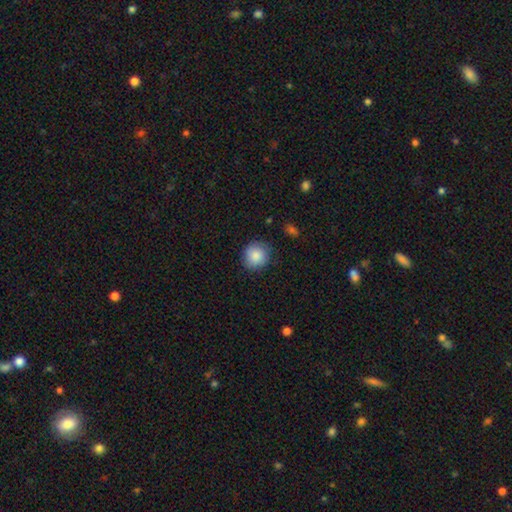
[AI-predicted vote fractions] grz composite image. It shows a smooth galaxy with no disk features (86%) that is round (90%). Merging: none (83%).